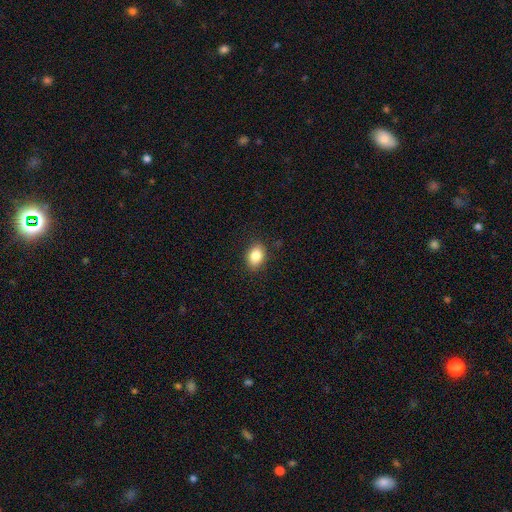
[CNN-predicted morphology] This appears to be a smooth galaxy with no disk features (85%) that is in between round and cigar-shaped (74%). Merging: none (88%).